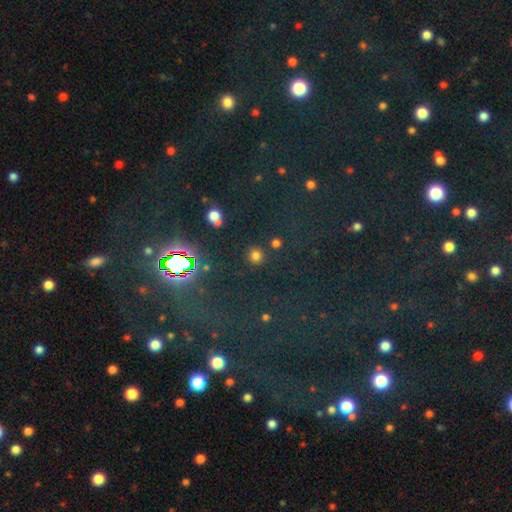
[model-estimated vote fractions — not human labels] Smooth or featured? smooth (74%)
How rounded? round (88%)
Merging? none (87%)